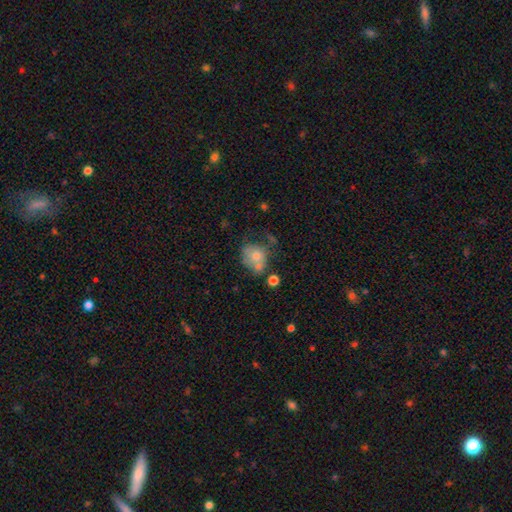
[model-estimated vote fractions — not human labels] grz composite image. It shows a smooth galaxy with no disk features (63%) that is round (58%). Merging: none (37%).